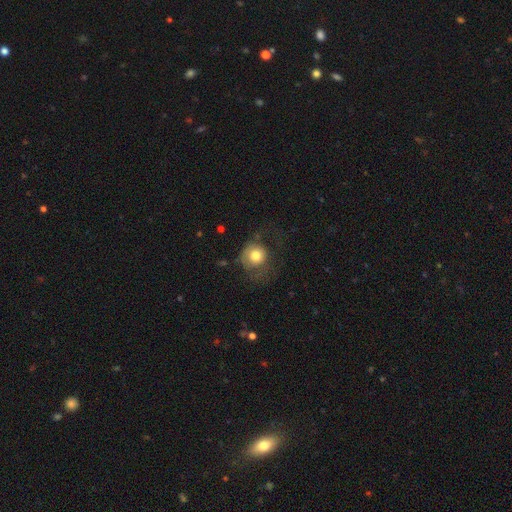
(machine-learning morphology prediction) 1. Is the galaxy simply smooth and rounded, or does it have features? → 71% smooth, 20% featured or disk, 9% star or artifact.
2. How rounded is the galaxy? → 85% round, 14% in between, 1% cigar-shaped.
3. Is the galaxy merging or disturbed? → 43% none, 33% major disturbance, 22% minor disturbance, 2% merger.